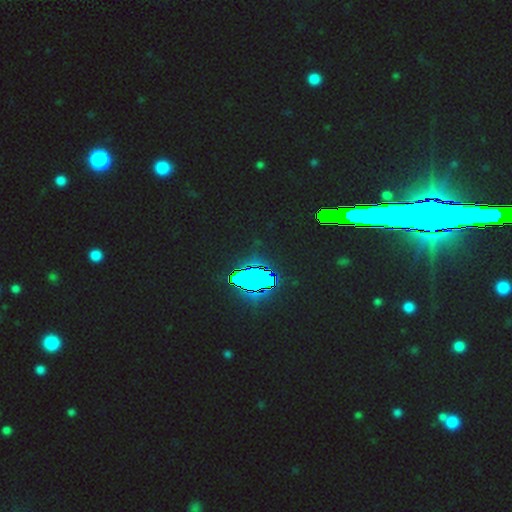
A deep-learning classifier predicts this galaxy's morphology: star or artifact 77%, smooth 12%, featured or disk 11%.